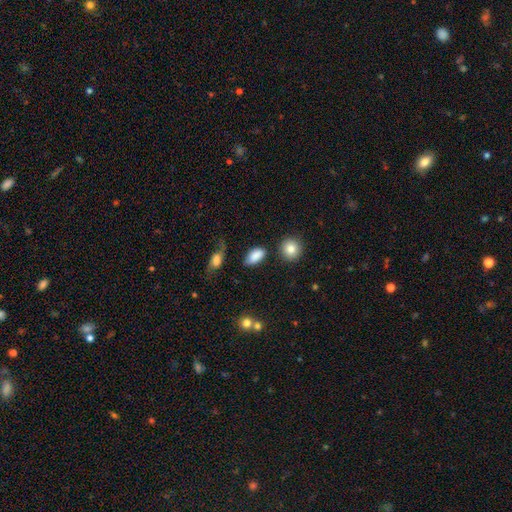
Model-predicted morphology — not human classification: Smooth or featured? Predicted: smooth (p=0.85). How rounded? Predicted: in between (p=0.88). Merging? Predicted: none (p=0.70).